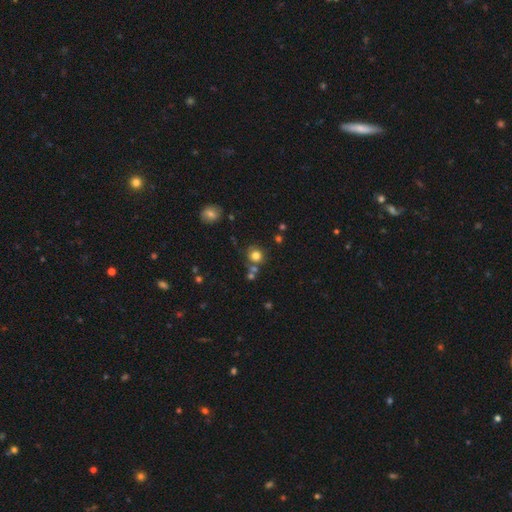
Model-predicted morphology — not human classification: Smooth or featured?
  - smooth: 78% *
  - star or artifact: 14%
  - featured or disk: 8%
How rounded?
  - round: 87% *
  - in between: 12%
  - cigar-shaped: 1%
Merging?
  - none: 71% *
  - merger: 14%
  - minor disturbance: 11%
  - major disturbance: 4%